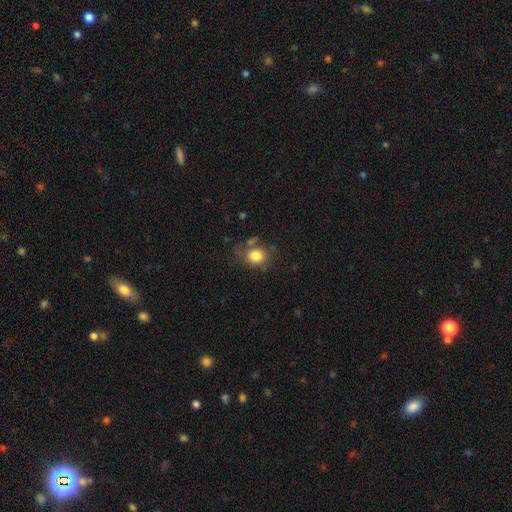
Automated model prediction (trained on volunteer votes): The model was most divided on "how rounded": round: 64%, in between: 35%, cigar-shaped: 1%. More confident: smooth or featured — smooth (81%); merging — none (59%).